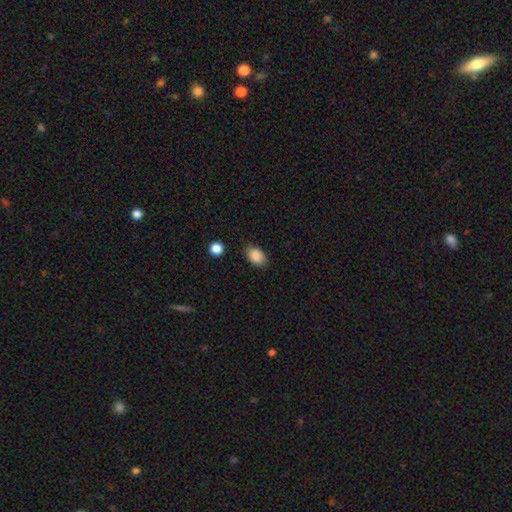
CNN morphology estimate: A smooth galaxy with no disk features (88%) that is in between round and cigar-shaped (80%).

Vote fractions:
- Smooth or featured? smooth: 88% / star or artifact: 9% / featured or disk: 4%
- How rounded? in between: 80% / round: 19% / cigar-shaped: 1%
- Merging? none: 79% / minor disturbance: 16% / major disturbance: 4% / merger: 2%